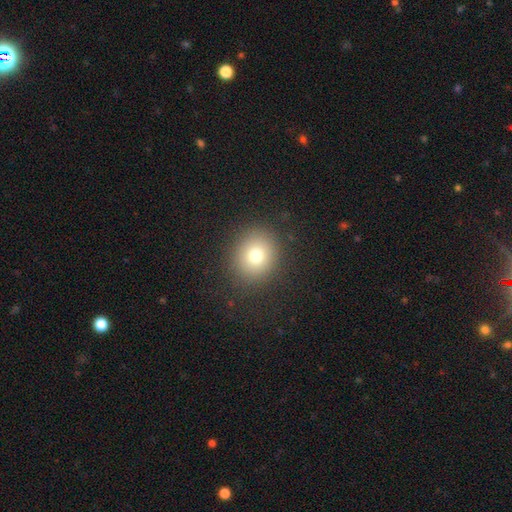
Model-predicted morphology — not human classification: Q: Smooth or featured?
A: smooth (77%); runner-up: star or artifact (13%)
Q: How rounded?
A: round (76%); runner-up: in between (23%)
Q: Merging?
A: none (88%); runner-up: minor disturbance (8%)